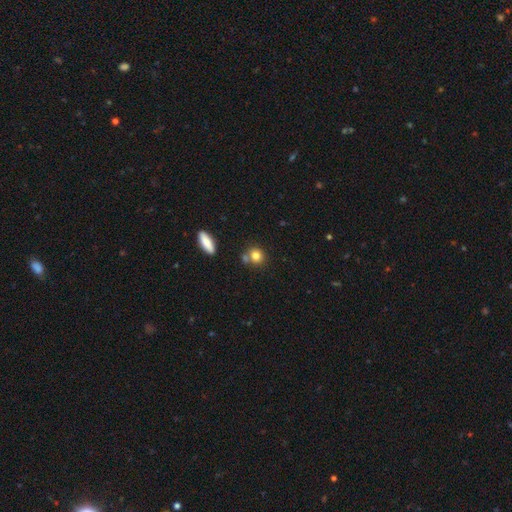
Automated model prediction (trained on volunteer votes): Smooth or featured? Predicted: smooth (p=0.80). How rounded? Predicted: round (p=0.81). Merging? Predicted: none (p=0.65).